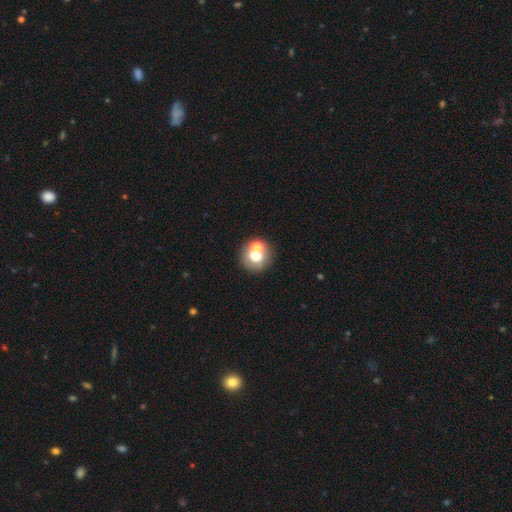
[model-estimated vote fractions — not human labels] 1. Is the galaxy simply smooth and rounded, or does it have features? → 63% smooth, 24% featured or disk, 13% star or artifact.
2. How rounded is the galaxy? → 86% round, 13% in between, 1% cigar-shaped.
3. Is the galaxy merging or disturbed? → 51% none, 37% merger, 8% minor disturbance, 4% major disturbance.